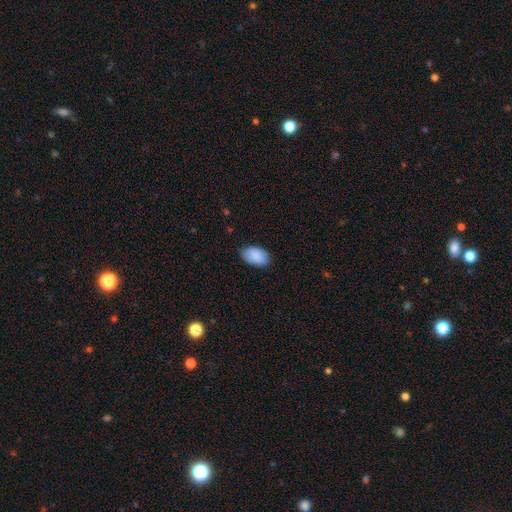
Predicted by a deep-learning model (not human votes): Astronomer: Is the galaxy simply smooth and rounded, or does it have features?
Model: smooth — 89%.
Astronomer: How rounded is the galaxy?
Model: in between — 94%.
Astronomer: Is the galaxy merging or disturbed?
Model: none — 82%.